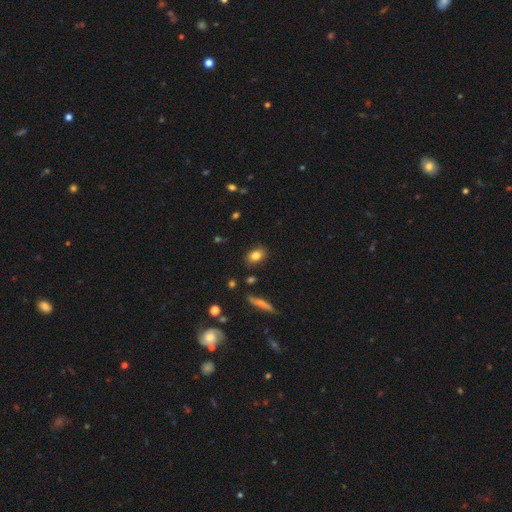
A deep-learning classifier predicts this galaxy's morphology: A smooth galaxy with no disk features (81%) that is in between round and cigar-shaped (78%). Merging: none (86%).